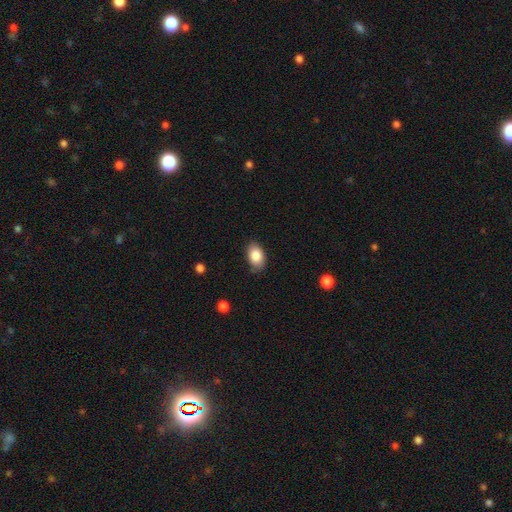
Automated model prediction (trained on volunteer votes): The model was most divided on "merging": none: 81%, minor disturbance: 15%, major disturbance: 3%, merger: 1%. More confident: how rounded — in between (89%); smooth or featured — smooth (86%).